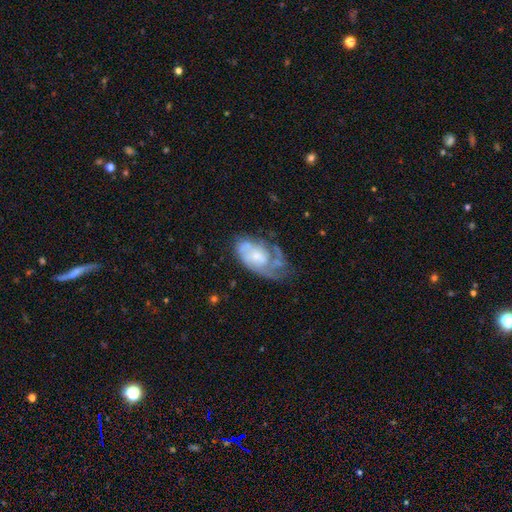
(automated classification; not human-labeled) A featured or disk galaxy (68%) with no bar (69%), spiral arms (74%) and a small central bulge (46%). Merging: none (36%).